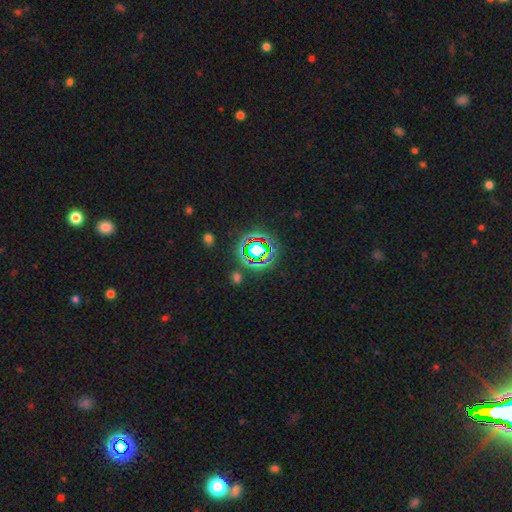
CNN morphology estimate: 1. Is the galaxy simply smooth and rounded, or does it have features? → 67% star or artifact, 21% smooth, 12% featured or disk.